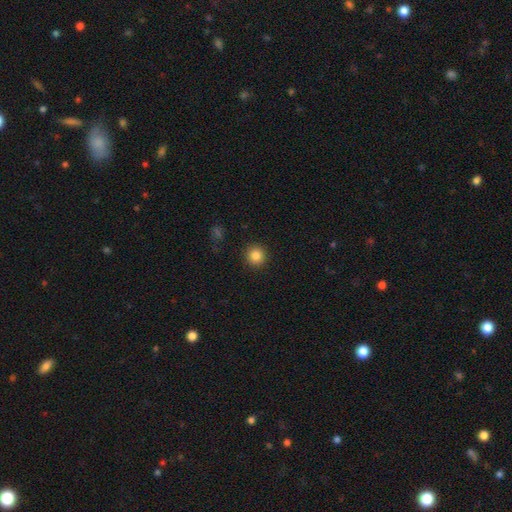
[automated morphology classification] Smooth or featured? Predicted: smooth (p=0.85). How rounded? Predicted: round (p=0.94). Merging? Predicted: none (p=0.92).